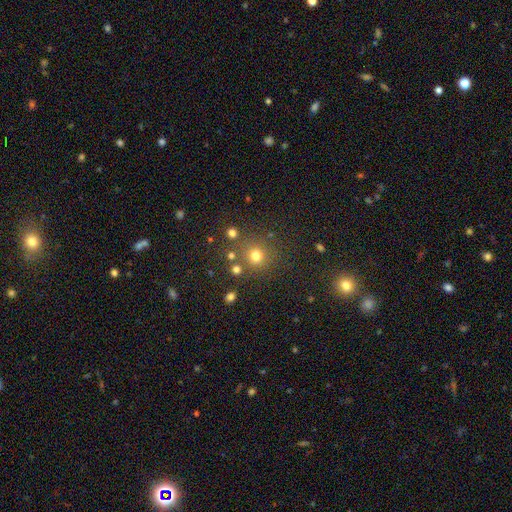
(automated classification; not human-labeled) This appears to be a smooth galaxy with no disk features (73%) that is round (90%). Merging: none (79%).